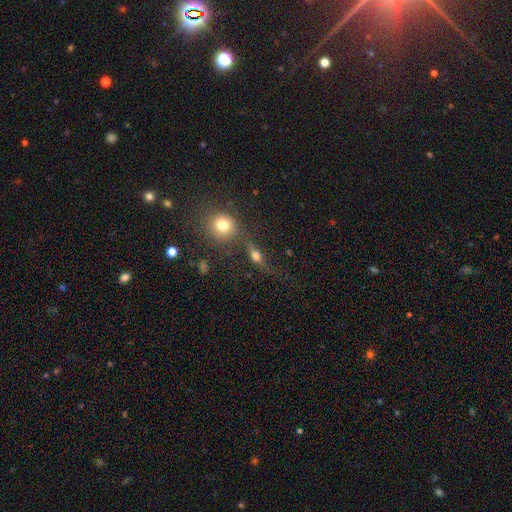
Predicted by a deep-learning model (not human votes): This appears to be a smooth galaxy with no disk features (43%). Merging: none (61%).